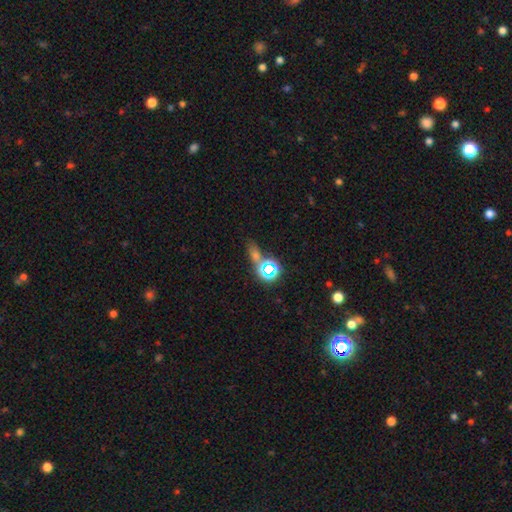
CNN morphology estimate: type=star or artifact (47%).